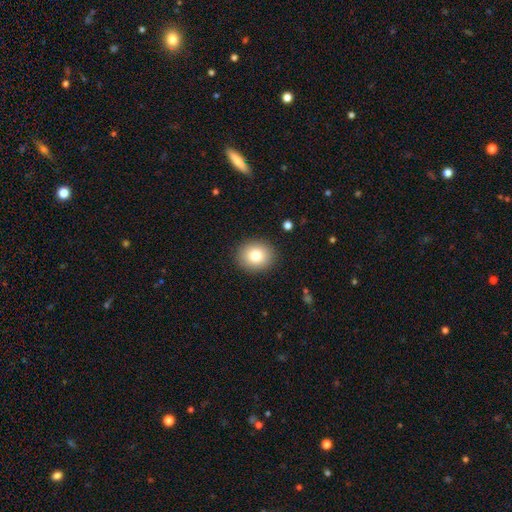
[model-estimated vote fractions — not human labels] Q: Smooth or featured?
A: smooth (81%); runner-up: star or artifact (9%)
Q: How rounded?
A: round (75%); runner-up: in between (25%)
Q: Merging?
A: none (90%); runner-up: minor disturbance (7%)